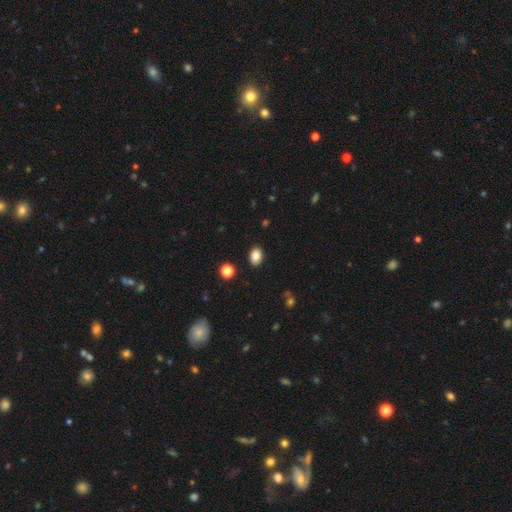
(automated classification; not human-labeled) Smooth or featured: smooth — 85% (star or artifact — 10%)
How rounded: in between — 71% (round — 28%)
Merging: none — 89% (minor disturbance — 7%)